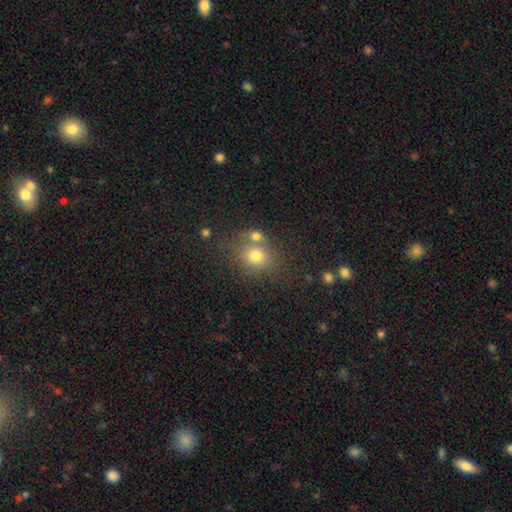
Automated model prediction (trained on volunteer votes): smooth_or_featured: smooth (p=0.75) [alt: star or artifact p=0.14]
how_rounded: round (p=0.69) [alt: in between p=0.30]
merging: none (p=0.58) [alt: merger p=0.26]